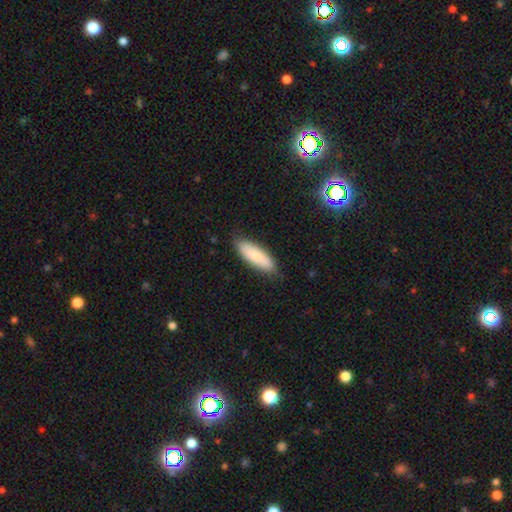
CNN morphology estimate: Overall: smooth (80%). How rounded: in between (59%; cigar-shaped 40%). Merging: none (82%).